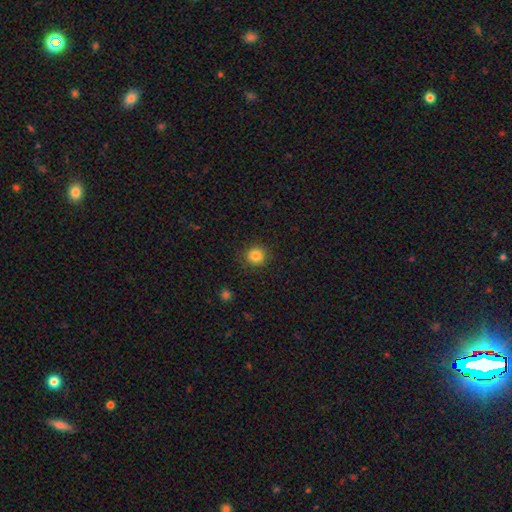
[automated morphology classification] Q: Smooth or featured?
A: smooth (83%); runner-up: star or artifact (11%)
Q: How rounded?
A: round (91%); runner-up: in between (8%)
Q: Merging?
A: none (89%); runner-up: minor disturbance (8%)